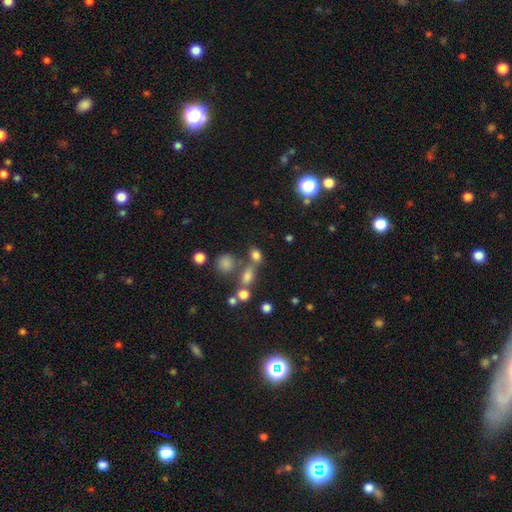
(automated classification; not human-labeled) A smooth galaxy with no disk features (73%) that is in between round and cigar-shaped (65%).

Vote fractions:
- Smooth or featured? smooth: 73% / star or artifact: 17% / featured or disk: 10%
- How rounded? in between: 65% / round: 31% / cigar-shaped: 4%
- Merging? none: 50% / merger: 31% / minor disturbance: 12% / major disturbance: 7%